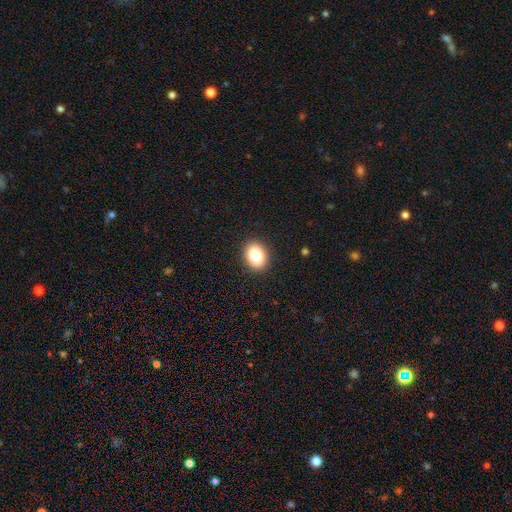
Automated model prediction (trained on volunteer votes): This is clearly a smooth galaxy (84%). How rounded: likely in between (60%). Merging: clearly none (90%).